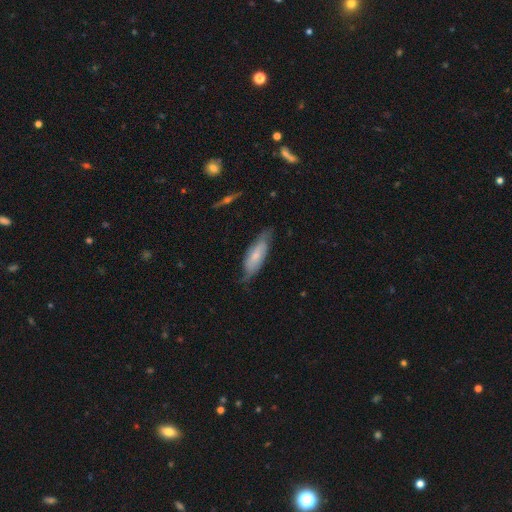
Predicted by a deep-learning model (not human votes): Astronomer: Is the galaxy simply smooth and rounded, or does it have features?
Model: smooth — 56% (runner-up: featured or disk, 37%).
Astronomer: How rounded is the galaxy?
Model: in between — 57% (runner-up: cigar-shaped, 42%).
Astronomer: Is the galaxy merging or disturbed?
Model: none — 64%.